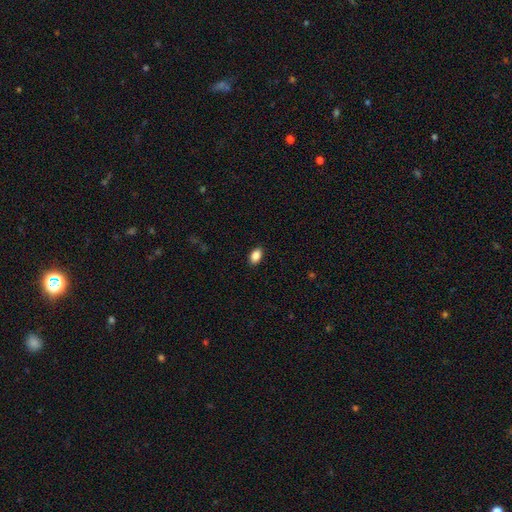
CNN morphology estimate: A smooth galaxy with no disk features (89%) that is in between round and cigar-shaped (90%). Merging: none (89%).